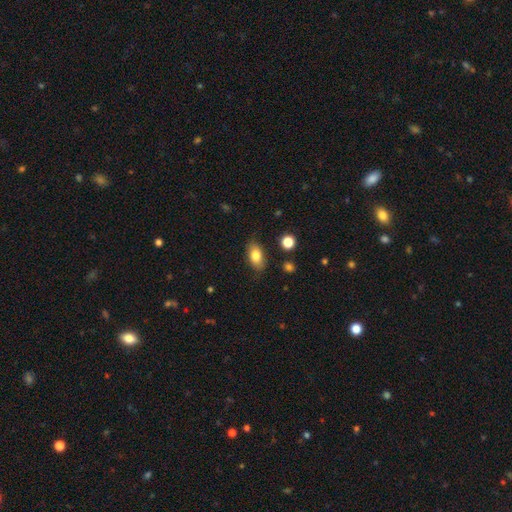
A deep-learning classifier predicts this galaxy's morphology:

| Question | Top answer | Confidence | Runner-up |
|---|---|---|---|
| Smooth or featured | smooth | 82% | featured or disk (11%) |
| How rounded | in between | 88% | round (7%) |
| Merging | none | 82% | minor disturbance (13%) |